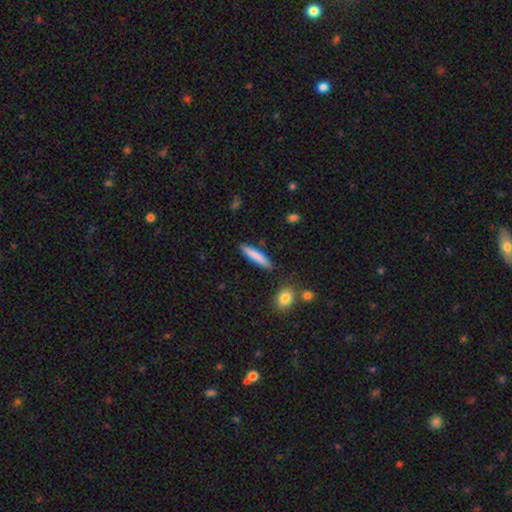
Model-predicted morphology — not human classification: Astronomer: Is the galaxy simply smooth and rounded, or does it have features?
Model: smooth — 81%.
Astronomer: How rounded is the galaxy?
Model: cigar-shaped — 89%.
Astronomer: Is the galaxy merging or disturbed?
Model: none — 87%.